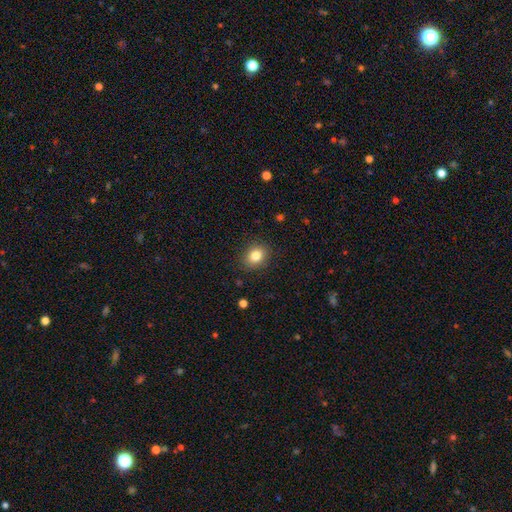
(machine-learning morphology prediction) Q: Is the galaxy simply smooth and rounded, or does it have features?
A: smooth — 82%.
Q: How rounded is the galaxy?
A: round — 59%.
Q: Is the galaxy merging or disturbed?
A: none — 88%.